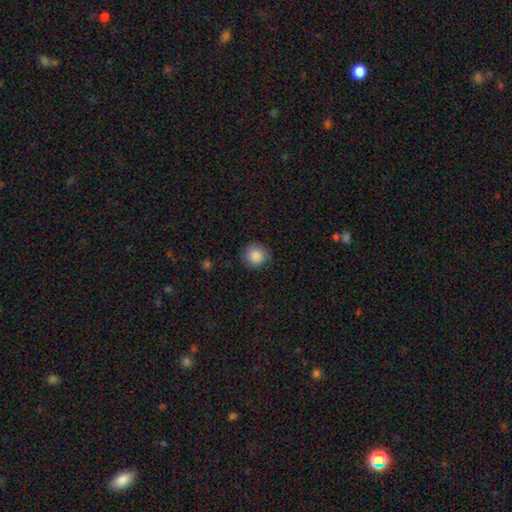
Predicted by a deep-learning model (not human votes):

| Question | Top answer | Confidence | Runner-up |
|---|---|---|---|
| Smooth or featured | smooth | 88% | star or artifact (8%) |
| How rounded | round | 93% | in between (6%) |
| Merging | none | 86% | minor disturbance (11%) |